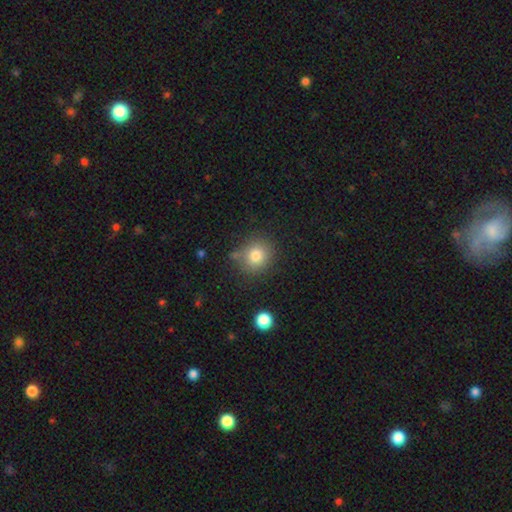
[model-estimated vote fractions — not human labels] This is likely a smooth galaxy (79%). How rounded: clearly round (83%). Merging: likely none (77%).